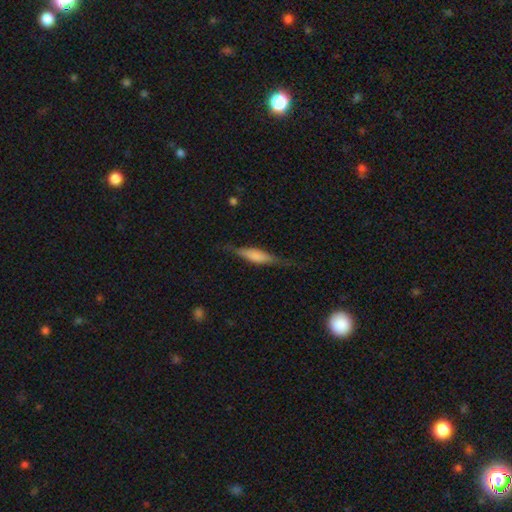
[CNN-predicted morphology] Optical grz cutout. It shows a smooth galaxy with no disk features (49%). Merging: none (74%).